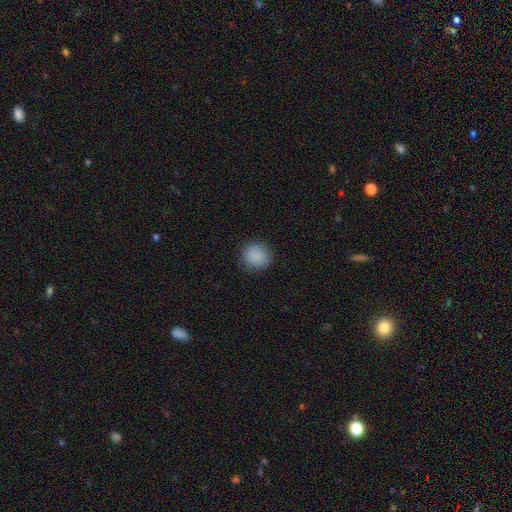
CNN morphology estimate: The model was most divided on "how rounded": round: 89%, in between: 10%, cigar-shaped: 1%. More confident: merging — none (89%); smooth or featured — smooth (88%).